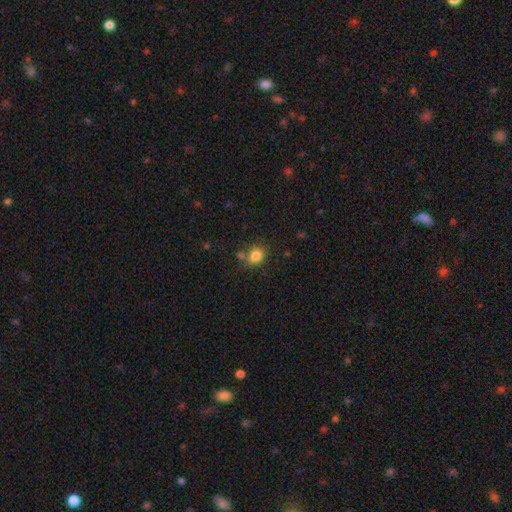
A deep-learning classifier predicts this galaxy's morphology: Smooth or featured? smooth (83%)
How rounded? round (58%)
Merging? none (70%)